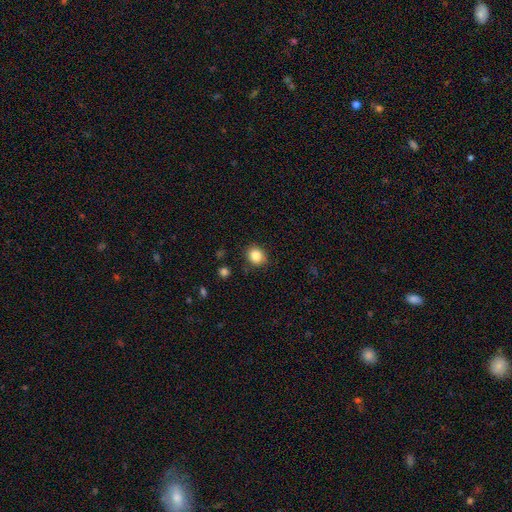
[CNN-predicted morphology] Smooth or featured?
  - smooth: 84% *
  - star or artifact: 10%
  - featured or disk: 5%
How rounded?
  - round: 73% *
  - in between: 26%
  - cigar-shaped: 1%
Merging?
  - none: 86% *
  - minor disturbance: 10%
  - major disturbance: 3%
  - merger: 2%